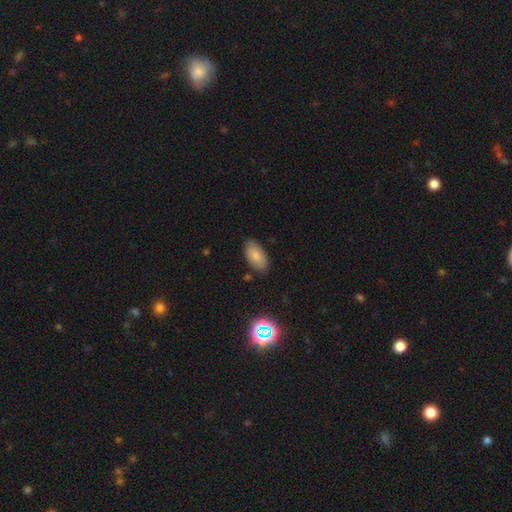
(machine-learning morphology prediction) Q: Smooth or featured?
A: smooth (84%); runner-up: featured or disk (8%)
Q: How rounded?
A: in between (94%); runner-up: cigar-shaped (3%)
Q: Merging?
A: none (83%); runner-up: minor disturbance (12%)